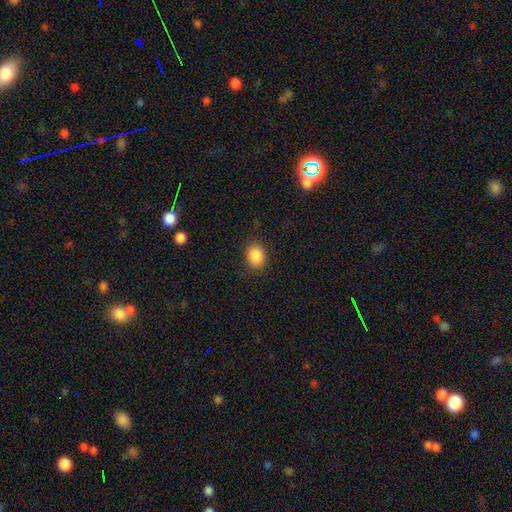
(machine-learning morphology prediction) Overall: smooth (88%). How rounded: in between (51%; round 48%). Merging: none (87%).